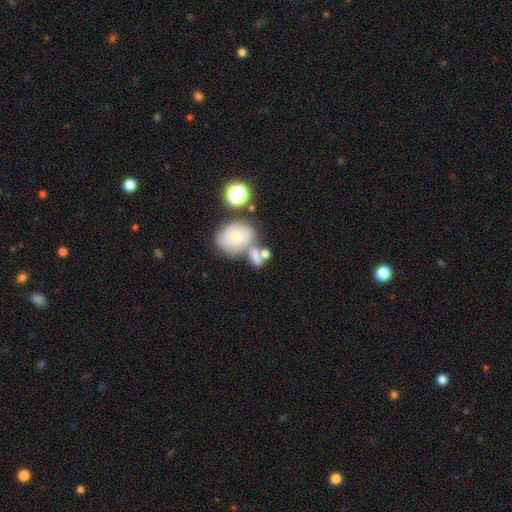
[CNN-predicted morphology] smooth-or-featured: smooth: 62% | featured or disk: 25% | star or artifact: 14%
  how-rounded: in between: 64% | round: 32% | cigar-shaped: 4%
  merging: merger: 43% | none: 35% | minor disturbance: 14% | major disturbance: 8%